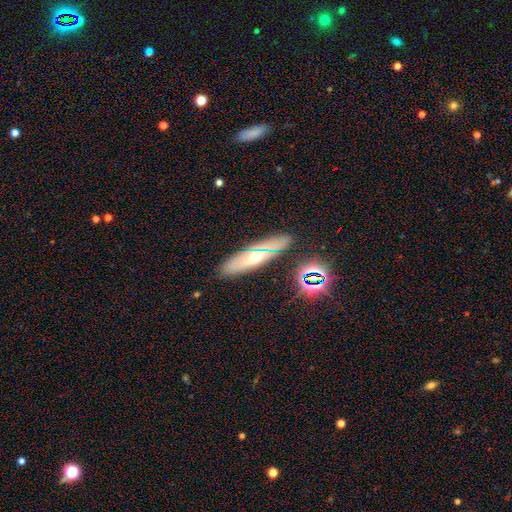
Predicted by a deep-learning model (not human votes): Smooth or featured? Predicted: featured or disk (p=0.45). Merging? Predicted: none (p=0.86).